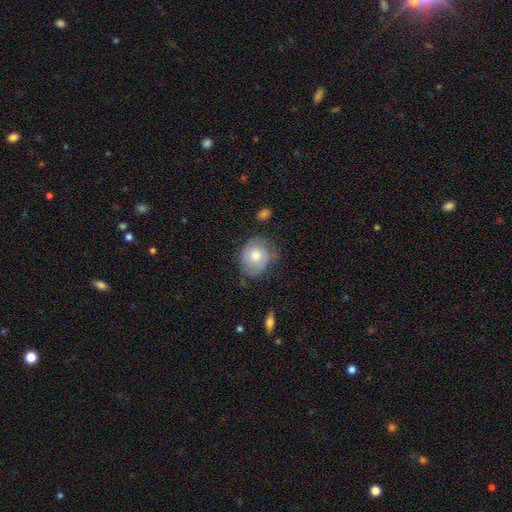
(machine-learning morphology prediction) smooth_or_featured: smooth (p=0.56) [alt: featured or disk p=0.37]
how_rounded: round (p=0.71) [alt: in between p=0.28]
merging: none (p=0.65) [alt: minor disturbance p=0.26]